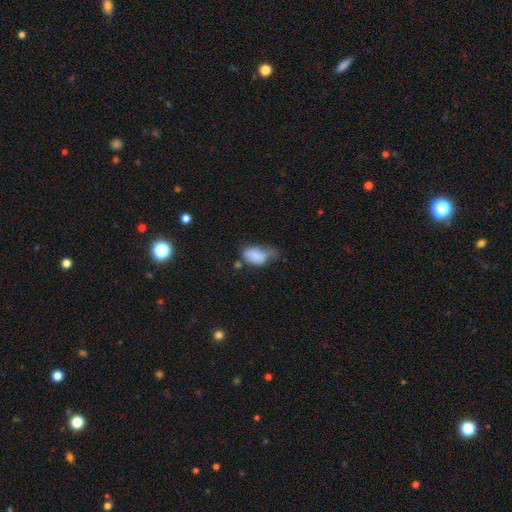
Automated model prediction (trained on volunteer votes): A smooth galaxy with no disk features (77%) that is in between round and cigar-shaped (89%).

Vote fractions:
- Smooth or featured? smooth: 77% / featured or disk: 14% / star or artifact: 9%
- How rounded? in between: 89% / round: 9% / cigar-shaped: 2%
- Merging? minor disturbance: 38% / major disturbance: 30% / none: 22% / merger: 10%